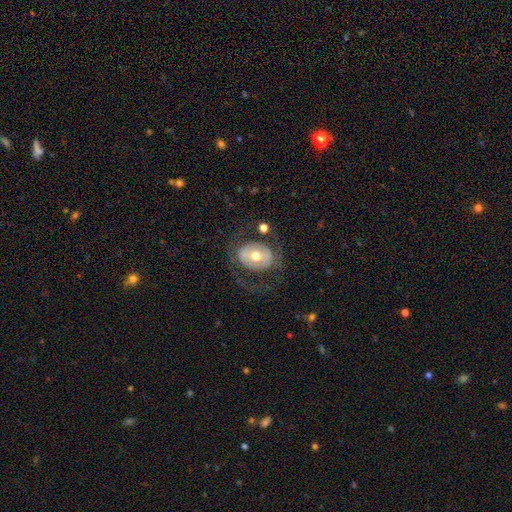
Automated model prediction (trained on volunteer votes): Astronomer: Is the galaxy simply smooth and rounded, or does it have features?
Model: featured or disk — 59% (runner-up: smooth, 35%).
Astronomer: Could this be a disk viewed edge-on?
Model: no — 95%.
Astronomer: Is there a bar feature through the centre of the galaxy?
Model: no — 57%.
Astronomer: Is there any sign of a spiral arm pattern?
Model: no — 61% (runner-up: yes, 39%).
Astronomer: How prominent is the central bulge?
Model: moderate — 75%.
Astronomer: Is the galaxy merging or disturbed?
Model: none — 62%.